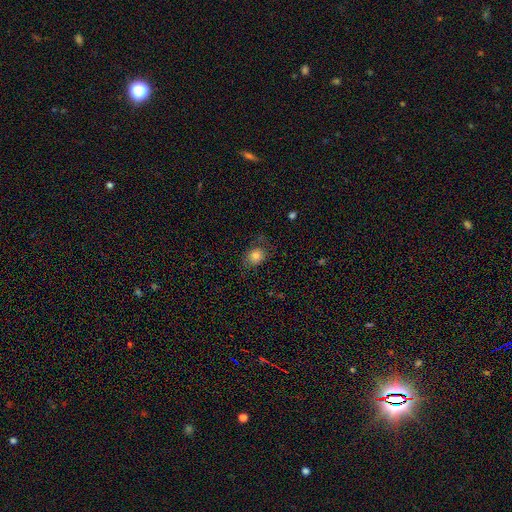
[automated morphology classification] smooth-or-featured: smooth: 79% | star or artifact: 11% | featured or disk: 10%
  how-rounded: round: 56% | in between: 43% | cigar-shaped: 1%
  merging: none: 68% | minor disturbance: 21% | major disturbance: 9% | merger: 2%